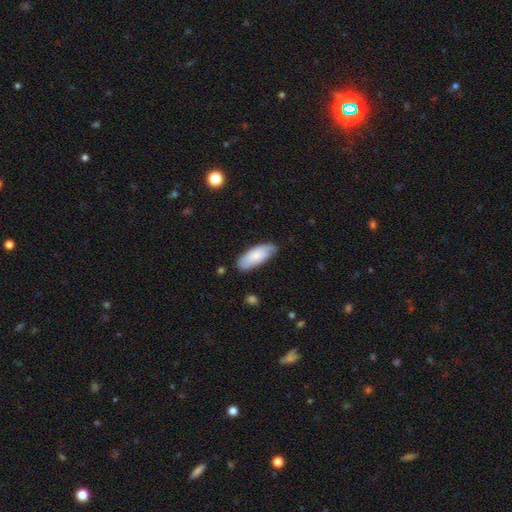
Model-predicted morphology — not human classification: Q: Smooth or featured?
A: smooth (73%); runner-up: featured or disk (21%)
Q: How rounded?
A: in between (80%); runner-up: cigar-shaped (18%)
Q: Merging?
A: none (75%); runner-up: minor disturbance (20%)